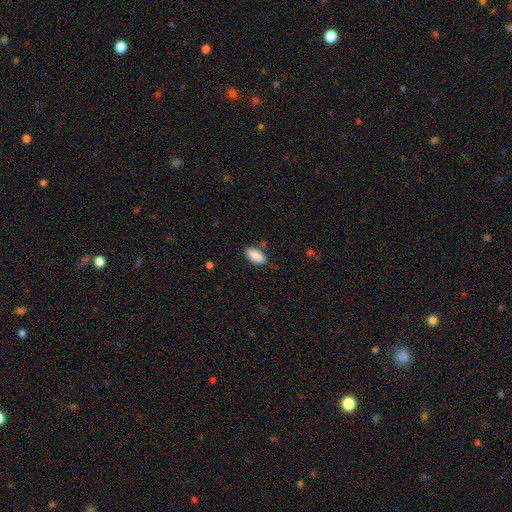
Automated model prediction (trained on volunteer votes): smooth 89%, star or artifact 7%, featured or disk 4%. Down the decision tree: how rounded — in between (87%); merging — none (79%).